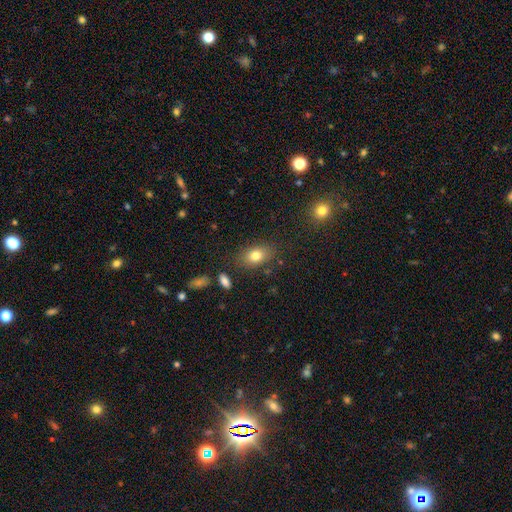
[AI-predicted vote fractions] Smooth or featured? Predicted: smooth (p=0.79). How rounded? Predicted: in between (p=0.80). Merging? Predicted: none (p=0.81).